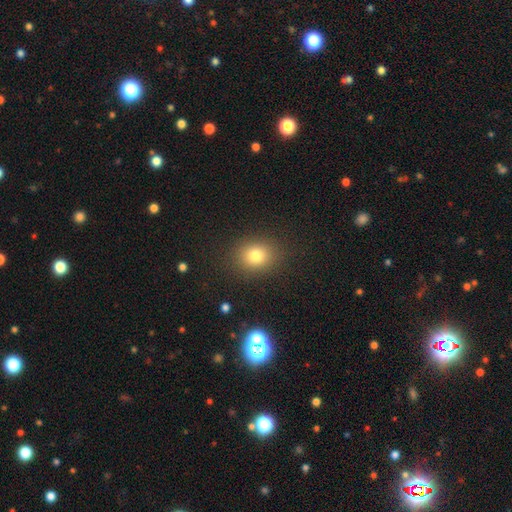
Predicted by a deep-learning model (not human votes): This is likely a smooth galaxy (78%). How rounded: likely round (64%). Merging: clearly none (88%).